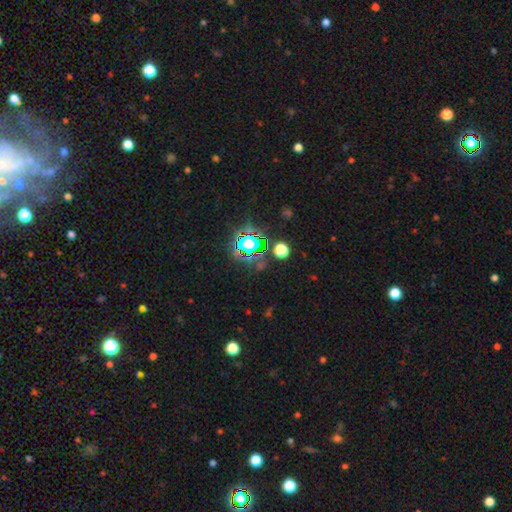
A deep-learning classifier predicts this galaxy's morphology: type=star or artifact (77%).